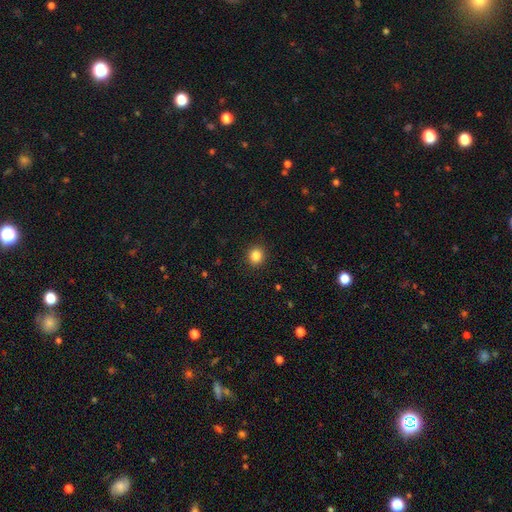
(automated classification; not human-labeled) Smooth or featured: smooth — 85% (star or artifact — 11%)
How rounded: round — 87% (in between — 12%)
Merging: none — 92% (minor disturbance — 5%)